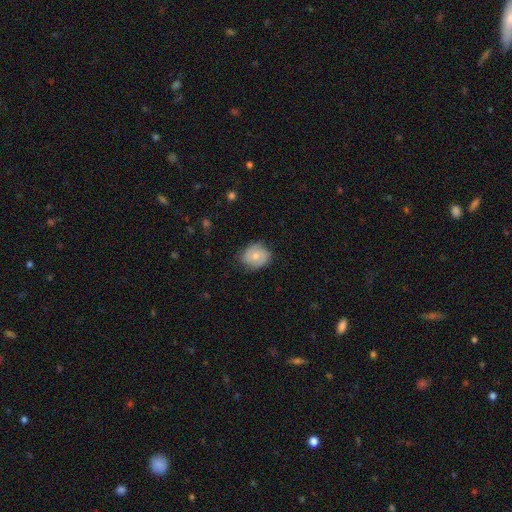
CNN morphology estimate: Smooth or featured? Predicted: smooth (p=0.60). How rounded? Predicted: round (p=0.64). Merging? Predicted: none (p=0.72).